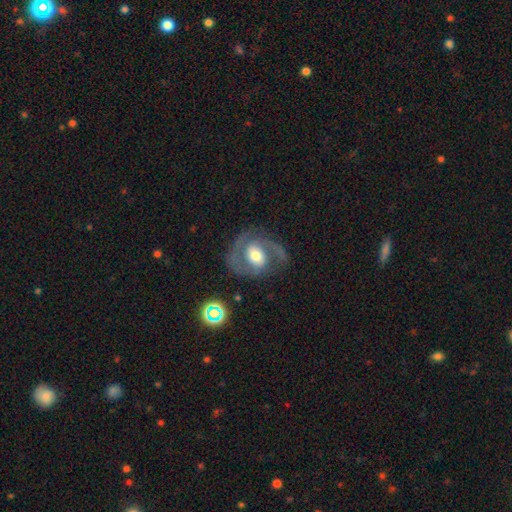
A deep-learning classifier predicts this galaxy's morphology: This is clearly a featured or disk galaxy (80%). It is clearly not viewed edge-on (97%). Bar: marginally no (43%). Spiral arm pattern: clearly yes (90%). Spiral arm count: clearly 2 (88%). Spiral winding: possibly medium (55%). Central bulge: likely moderate (63%). Merging: likely none (72%).